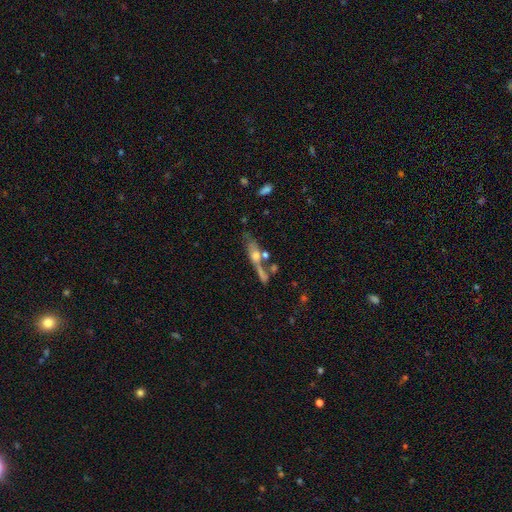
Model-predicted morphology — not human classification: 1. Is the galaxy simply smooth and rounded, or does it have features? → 53% featured or disk, 37% smooth, 9% star or artifact.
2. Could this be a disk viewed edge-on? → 73% yes, 27% no.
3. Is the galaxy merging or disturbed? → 43% none, 28% merger, 17% minor disturbance, 11% major disturbance.